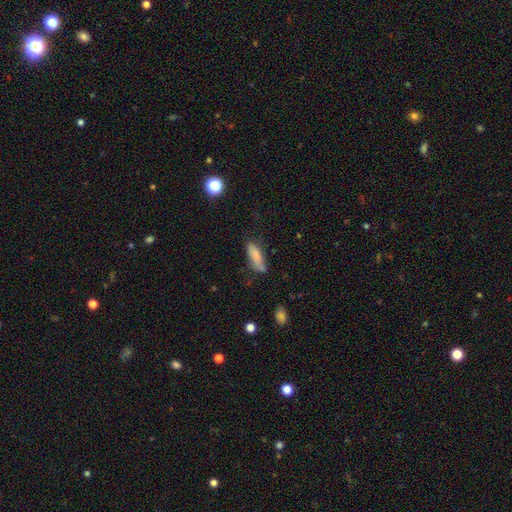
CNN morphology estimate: Q: Smooth or featured?
A: smooth (80%); runner-up: featured or disk (12%)
Q: How rounded?
A: in between (52%); runner-up: cigar-shaped (46%)
Q: Merging?
A: none (59%); runner-up: minor disturbance (28%)